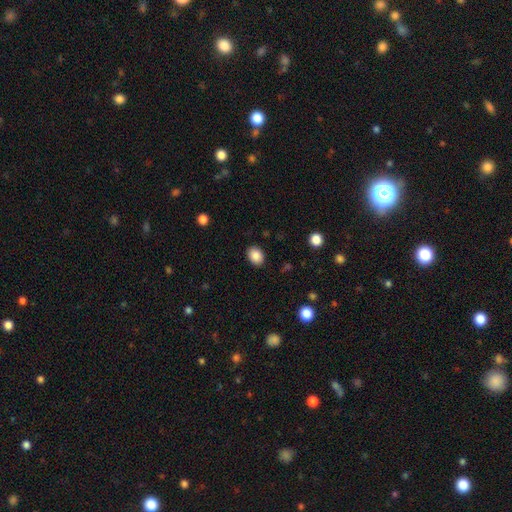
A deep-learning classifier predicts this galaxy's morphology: Overall: smooth (87%). How rounded: in between (67%; round 32%). Merging: none (89%).